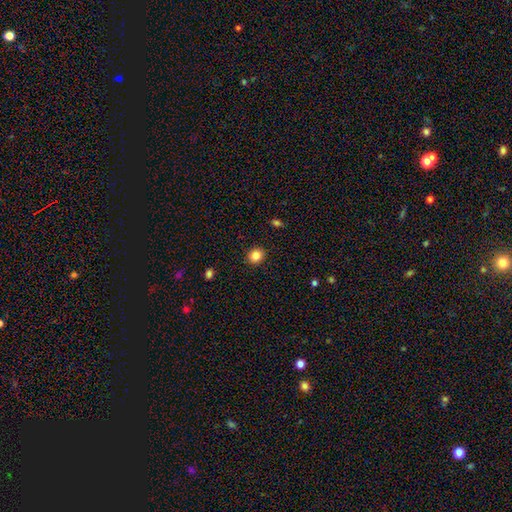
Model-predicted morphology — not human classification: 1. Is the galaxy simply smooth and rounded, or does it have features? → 85% smooth, 10% star or artifact, 5% featured or disk.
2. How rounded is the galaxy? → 75% round, 24% in between, 1% cigar-shaped.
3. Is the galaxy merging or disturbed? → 91% none, 6% minor disturbance, 2% major disturbance, 1% merger.